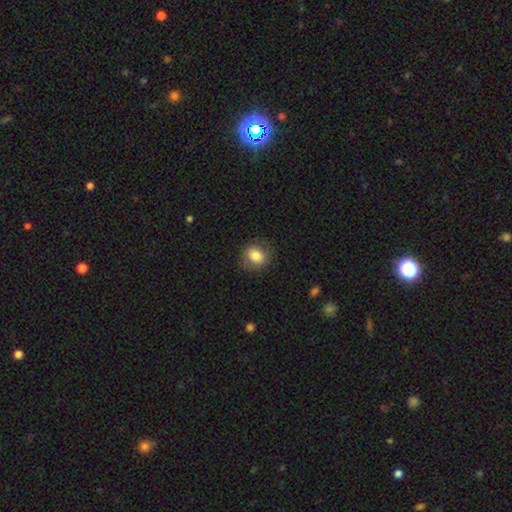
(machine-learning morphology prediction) smooth_or_featured: smooth (p=0.82) [alt: featured or disk p=0.10]
how_rounded: round (p=0.59) [alt: in between p=0.40]
merging: none (p=0.81) [alt: minor disturbance p=0.14]